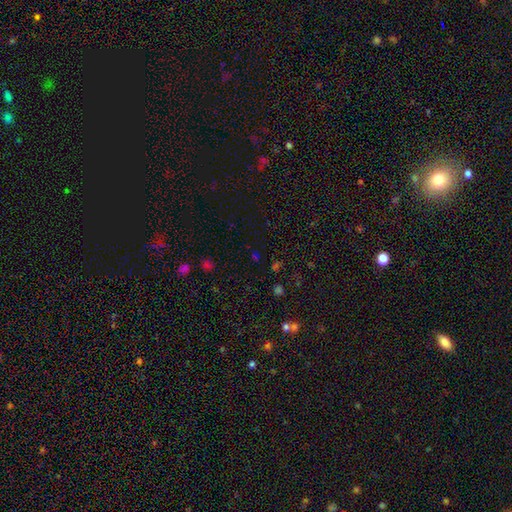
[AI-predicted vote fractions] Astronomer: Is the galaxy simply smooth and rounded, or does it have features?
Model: star or artifact — 55% (runner-up: smooth, 38%).